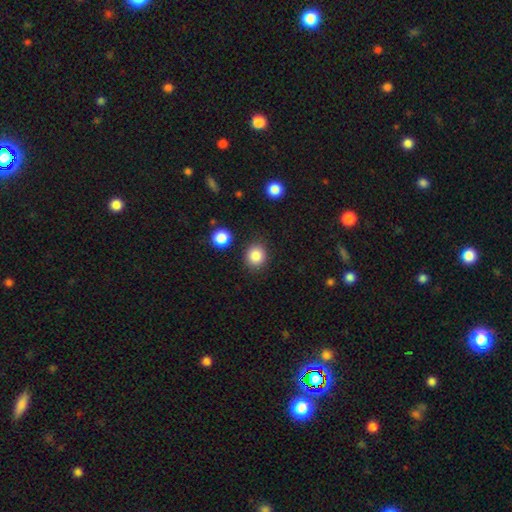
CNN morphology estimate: Q: Smooth or featured?
A: smooth (86%); runner-up: star or artifact (10%)
Q: How rounded?
A: round (83%); runner-up: in between (16%)
Q: Merging?
A: none (86%); runner-up: minor disturbance (8%)